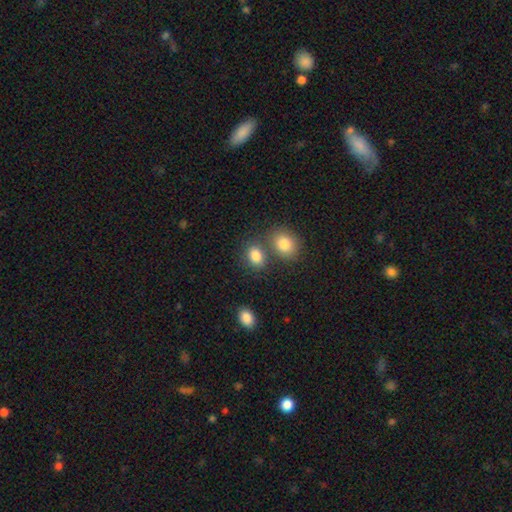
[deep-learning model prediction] A smooth galaxy with no disk features (84%) that is in between round and cigar-shaped (70%).

Vote fractions:
- Smooth or featured? smooth: 84% / star or artifact: 9% / featured or disk: 7%
- How rounded? in between: 70% / round: 29% / cigar-shaped: 1%
- Merging? none: 55% / merger: 30% / minor disturbance: 11% / major disturbance: 4%